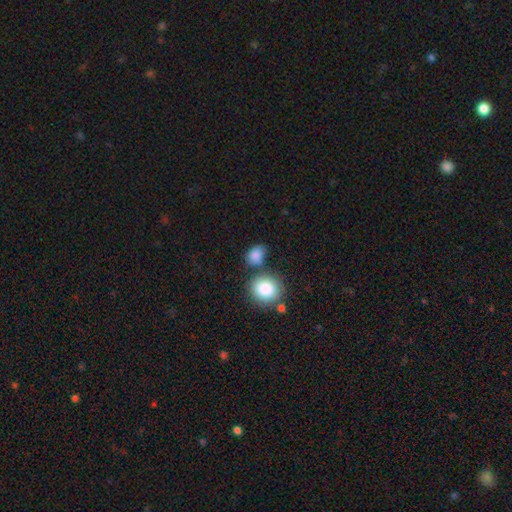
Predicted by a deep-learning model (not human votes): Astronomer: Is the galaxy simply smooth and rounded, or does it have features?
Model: smooth — 84%.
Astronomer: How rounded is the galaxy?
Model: in between — 57% (runner-up: round, 42%).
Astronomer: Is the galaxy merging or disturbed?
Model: none — 55%.